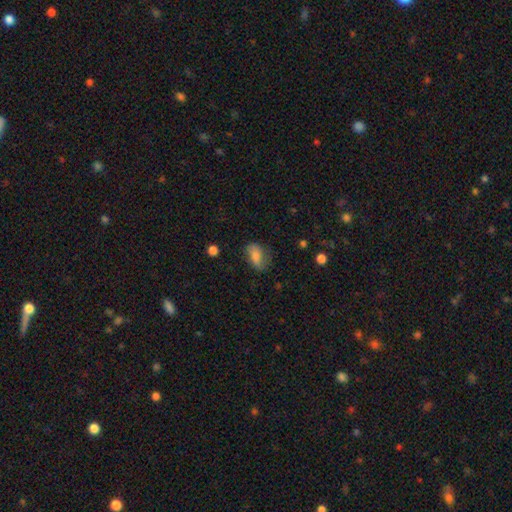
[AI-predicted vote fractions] Smooth or featured? Predicted: smooth (p=0.71). How rounded? Predicted: in between (p=0.85). Merging? Predicted: none (p=0.68).